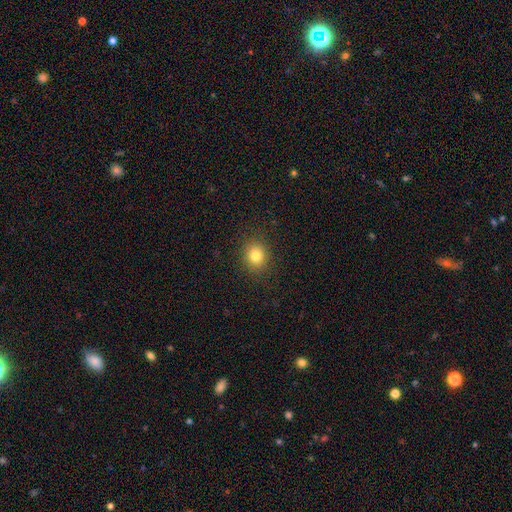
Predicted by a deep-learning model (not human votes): Morphology: type=smooth (80%); roundness=round (77%); merging=none (90%).